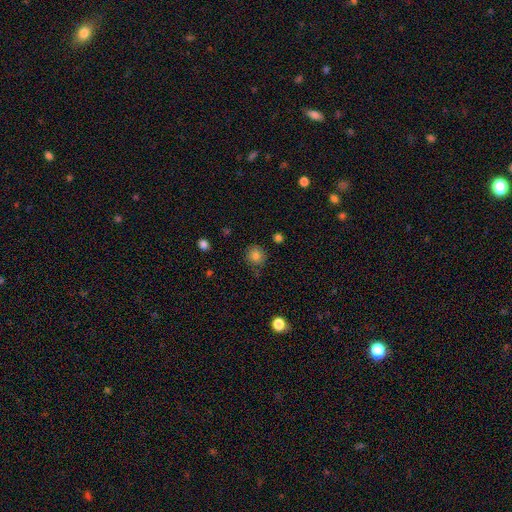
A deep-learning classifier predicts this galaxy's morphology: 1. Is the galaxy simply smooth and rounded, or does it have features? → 82% smooth, 11% star or artifact, 7% featured or disk.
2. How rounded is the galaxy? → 89% round, 10% in between, 1% cigar-shaped.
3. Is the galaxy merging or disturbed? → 81% none, 13% minor disturbance, 3% major disturbance, 3% merger.